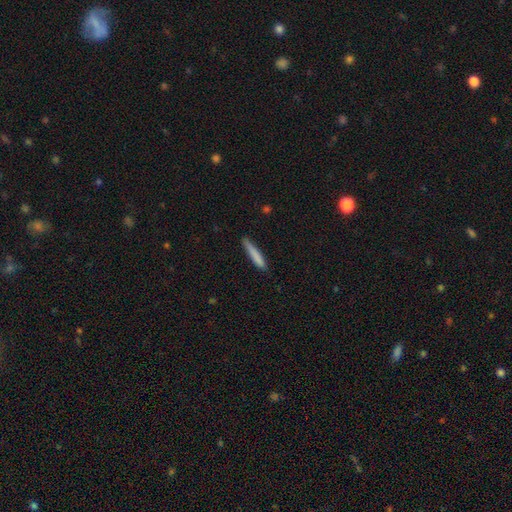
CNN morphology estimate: Smooth or featured? smooth (81%)
How rounded? cigar-shaped (93%)
Merging? none (80%)